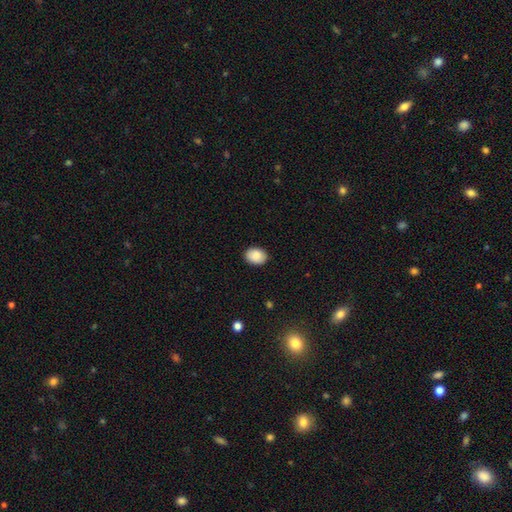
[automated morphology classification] smooth_or_featured: smooth (p=0.89) [alt: star or artifact p=0.07]
how_rounded: in between (p=0.67) [alt: round p=0.33]
merging: none (p=0.89) [alt: minor disturbance p=0.08]